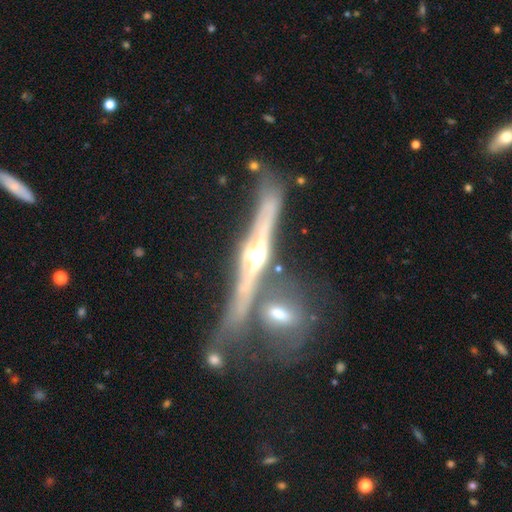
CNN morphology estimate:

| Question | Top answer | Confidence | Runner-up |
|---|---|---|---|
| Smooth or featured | featured or disk | 83% | smooth (10%) |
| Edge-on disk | yes | 95% | no (5%) |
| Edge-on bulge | rounded | 90% | none (5%) |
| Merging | none | 56% | merger (22%) |